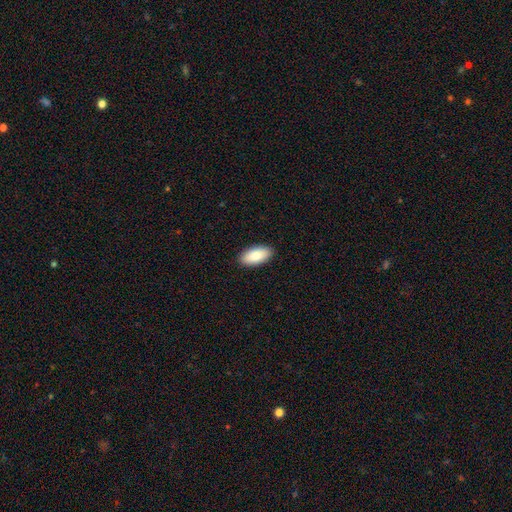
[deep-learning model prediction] Overall: smooth (84%). How rounded: in between (93%). Merging: none (90%).